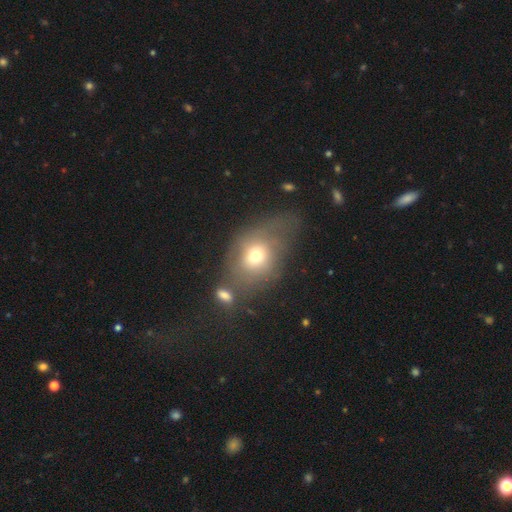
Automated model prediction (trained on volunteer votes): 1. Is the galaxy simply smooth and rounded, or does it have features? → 64% smooth, 23% featured or disk, 13% star or artifact.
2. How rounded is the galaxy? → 53% in between, 45% round, 2% cigar-shaped.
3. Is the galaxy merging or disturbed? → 37% none, 24% major disturbance, 22% minor disturbance, 17% merger.